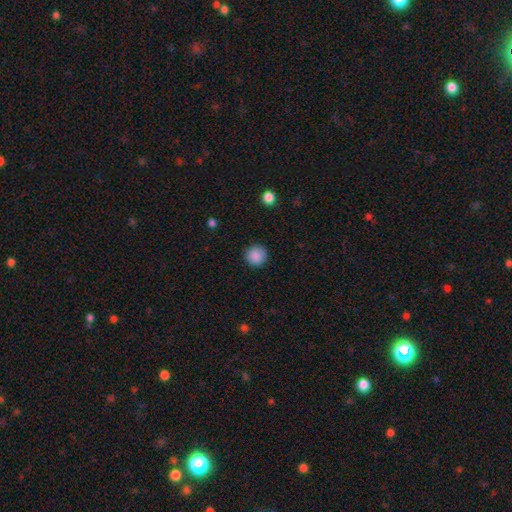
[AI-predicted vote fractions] Smooth or featured?
  - smooth: 89% *
  - star or artifact: 8%
  - featured or disk: 3%
How rounded?
  - round: 95% *
  - in between: 4%
  - cigar-shaped: 1%
Merging?
  - none: 91% *
  - minor disturbance: 6%
  - major disturbance: 2%
  - merger: 1%